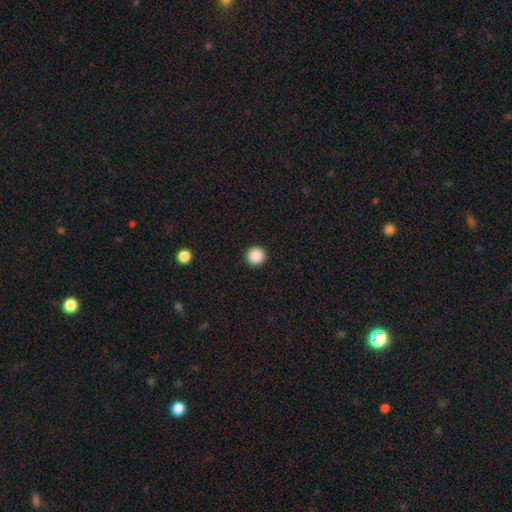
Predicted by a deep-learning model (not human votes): A smooth galaxy with no disk features (89%) that is round (96%). Merging: none (93%).